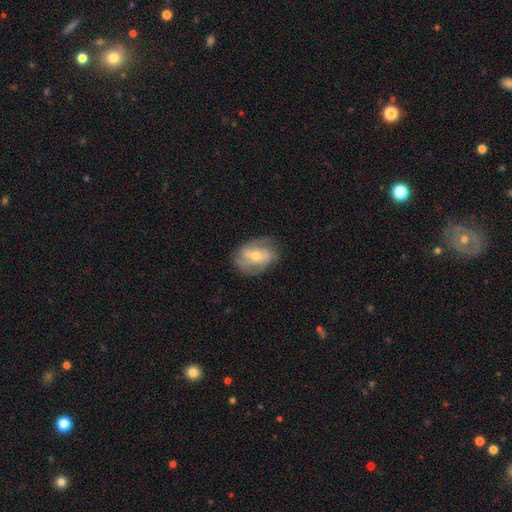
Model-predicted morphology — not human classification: This appears to be a featured or disk galaxy (61%) with a weak bar (40%), spiral arms (70%) and a moderate central bulge (58%). Merging: none (69%).